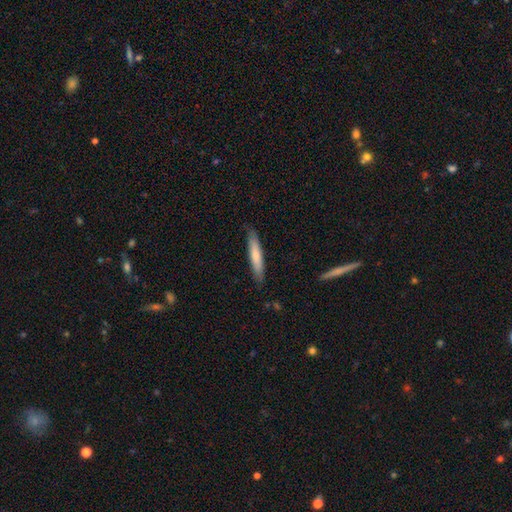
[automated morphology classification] This appears to be a smooth galaxy with no disk features (70%) that is cigar-shaped (92%). Merging: none (85%).